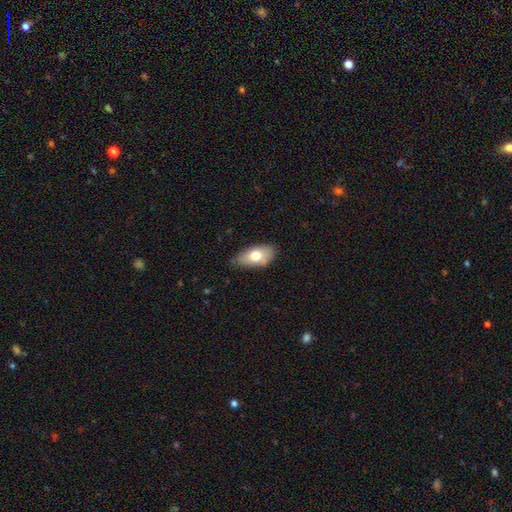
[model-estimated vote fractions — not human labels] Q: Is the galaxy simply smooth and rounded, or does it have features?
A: smooth — 71%.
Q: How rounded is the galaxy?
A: in between — 92%.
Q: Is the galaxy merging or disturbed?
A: none — 68%.